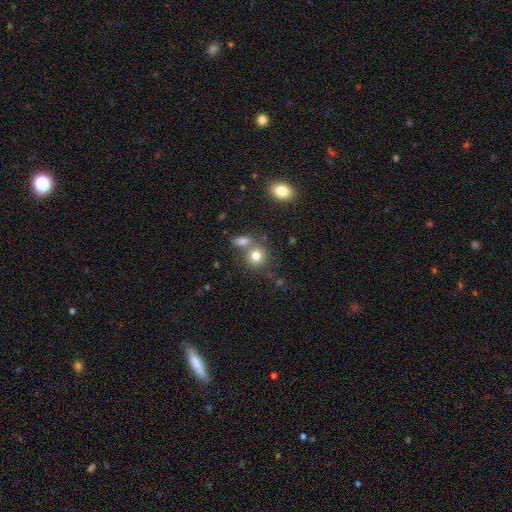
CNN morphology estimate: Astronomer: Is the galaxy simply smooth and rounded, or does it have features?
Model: smooth — 79%.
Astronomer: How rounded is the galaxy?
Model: round — 82%.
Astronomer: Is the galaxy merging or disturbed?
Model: none — 59%.